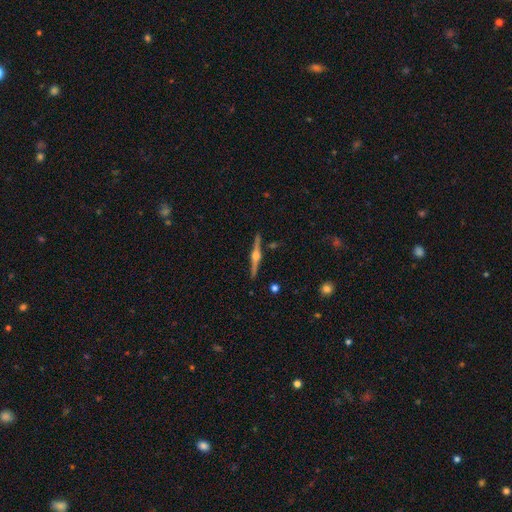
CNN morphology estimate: Overall: featured or disk (86%). Edge-on disk: yes (99%). Edge-on bulge: rounded (93%). Merging: none (91%).